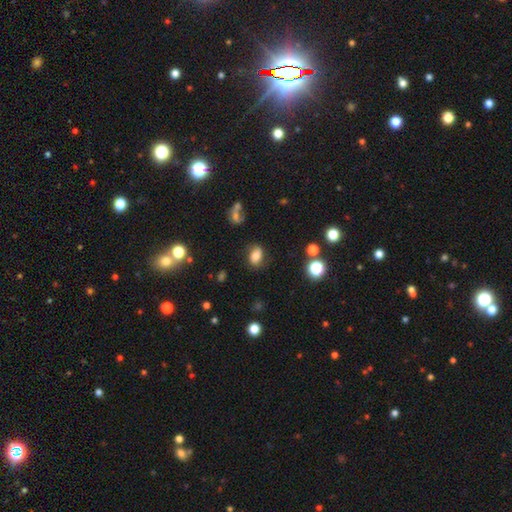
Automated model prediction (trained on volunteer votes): A smooth galaxy with no disk features (74%) that is in between round and cigar-shaped (77%). Merging: none (74%).